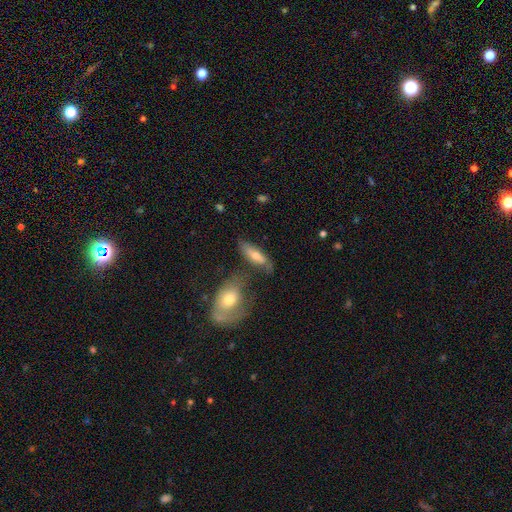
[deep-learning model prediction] A smooth galaxy with no disk features (57%) that is in between round and cigar-shaped (61%). Merging: none (51%).